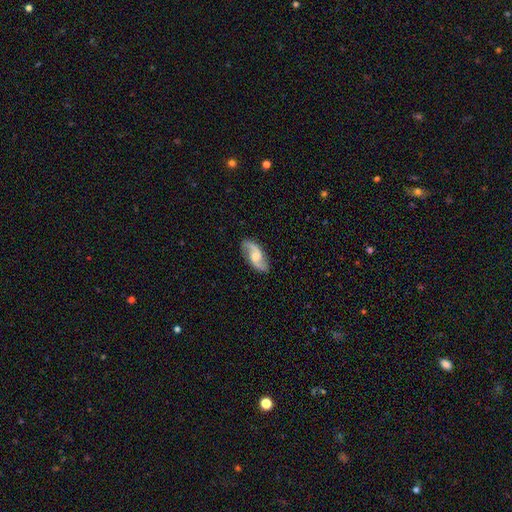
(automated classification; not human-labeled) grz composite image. It shows a featured or disk galaxy (84%) with a weak bar (45%), 2 (93%) loose (50%) spiral arms (97%) and a moderate central bulge (40%). Merging: none (84%).